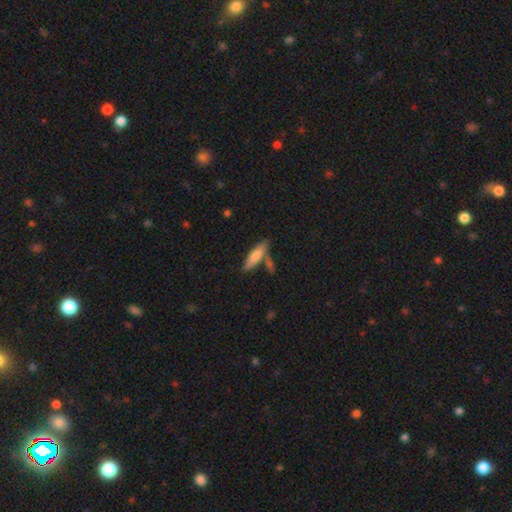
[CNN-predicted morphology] smooth-or-featured: smooth: 73% | featured or disk: 21% | star or artifact: 6%
  how-rounded: cigar-shaped: 65% | in between: 33% | round: 2%
  merging: none: 66% | merger: 16% | minor disturbance: 14% | major disturbance: 4%